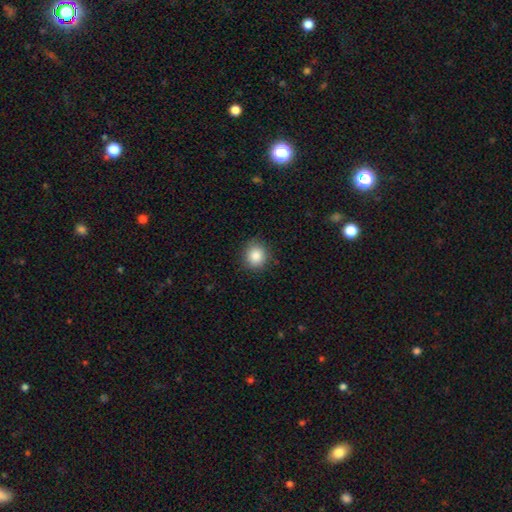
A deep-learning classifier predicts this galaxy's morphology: This is clearly a smooth galaxy (86%). How rounded: clearly round (80%). Merging: clearly none (87%).